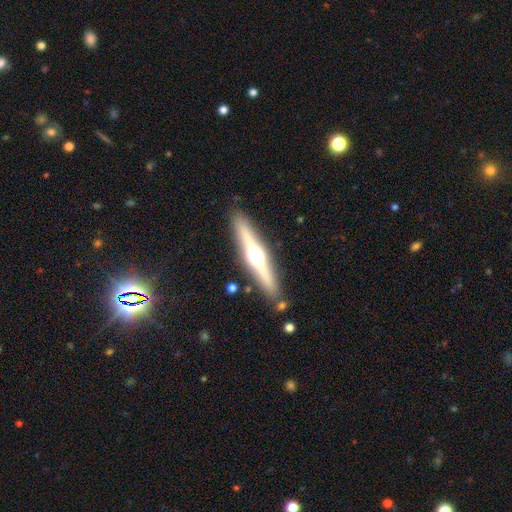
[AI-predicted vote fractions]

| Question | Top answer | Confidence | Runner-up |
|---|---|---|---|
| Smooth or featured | featured or disk | 69% | smooth (25%) |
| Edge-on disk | yes | 96% | no (4%) |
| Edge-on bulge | rounded | 95% | boxy (3%) |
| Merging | none | 87% | minor disturbance (8%) |